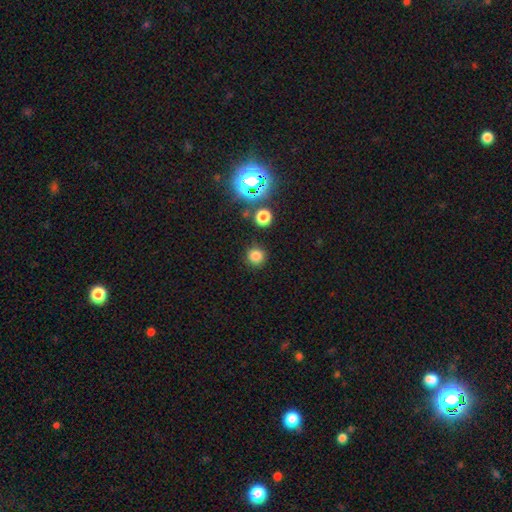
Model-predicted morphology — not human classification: The model was most divided on "smooth or featured": smooth: 79%, star or artifact: 17%, featured or disk: 5%. More confident: how rounded — round (94%); merging — none (88%).